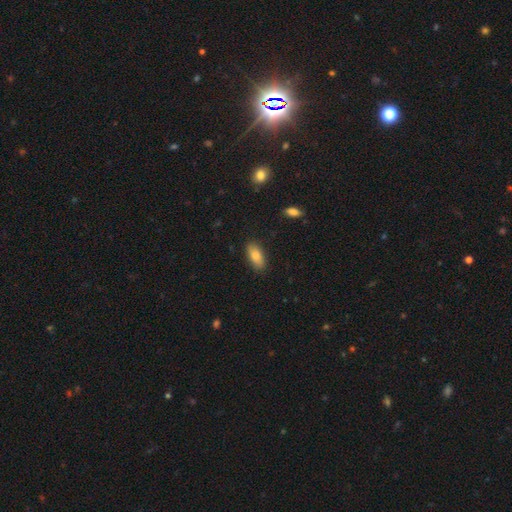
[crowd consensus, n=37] smooth 86%, featured or disk 11%, star or artifact 3%. Down the decision tree: how rounded — in between (84%); merging — none (78%).